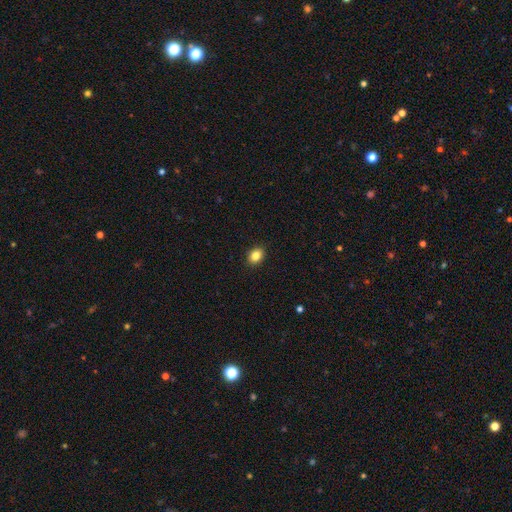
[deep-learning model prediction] Smooth or featured? Predicted: smooth (p=0.85). How rounded? Predicted: in between (p=0.60). Merging? Predicted: none (p=0.90).